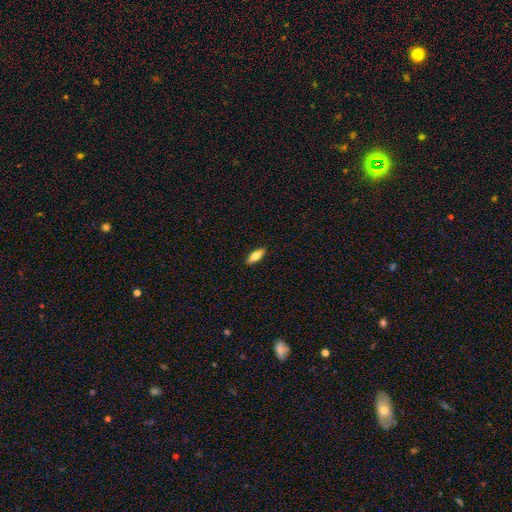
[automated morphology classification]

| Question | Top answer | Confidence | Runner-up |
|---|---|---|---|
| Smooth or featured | smooth | 77% | featured or disk (17%) |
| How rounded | in between | 67% | cigar-shaped (31%) |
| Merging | none | 89% | minor disturbance (8%) |